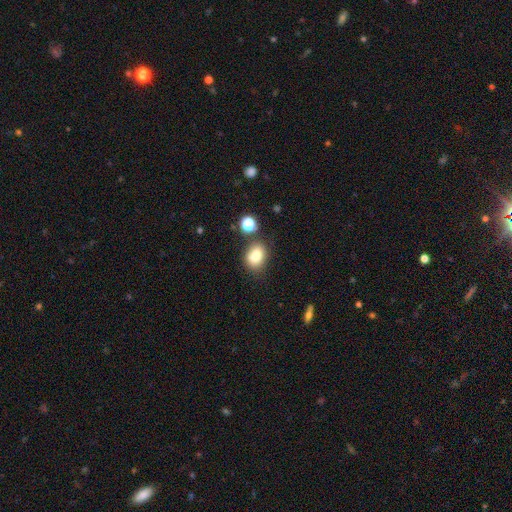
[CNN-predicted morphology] This is clearly a smooth galaxy (80%). How rounded: possibly in between (59%). Merging: likely none (70%).